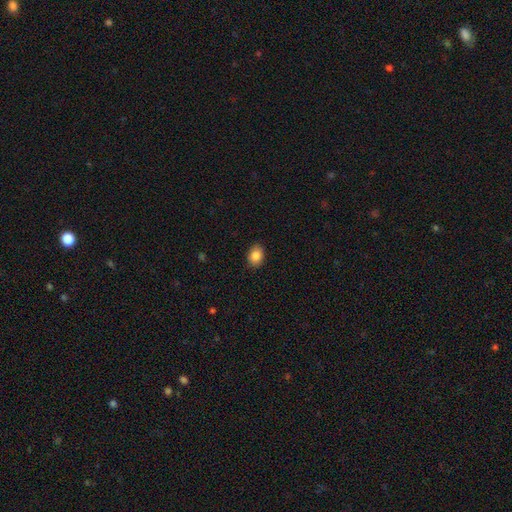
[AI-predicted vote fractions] Smooth or featured?
  - smooth: 86% *
  - star or artifact: 8%
  - featured or disk: 6%
How rounded?
  - in between: 70% *
  - round: 29%
  - cigar-shaped: 1%
Merging?
  - none: 87% *
  - minor disturbance: 10%
  - major disturbance: 2%
  - merger: 1%